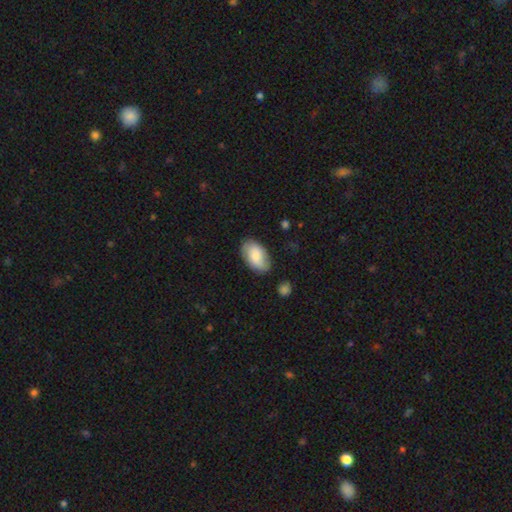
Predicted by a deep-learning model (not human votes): smooth_or_featured: smooth (p=0.78) [alt: featured or disk p=0.16]
how_rounded: in between (p=0.94) [alt: round p=0.05]
merging: none (p=0.77) [alt: minor disturbance p=0.17]